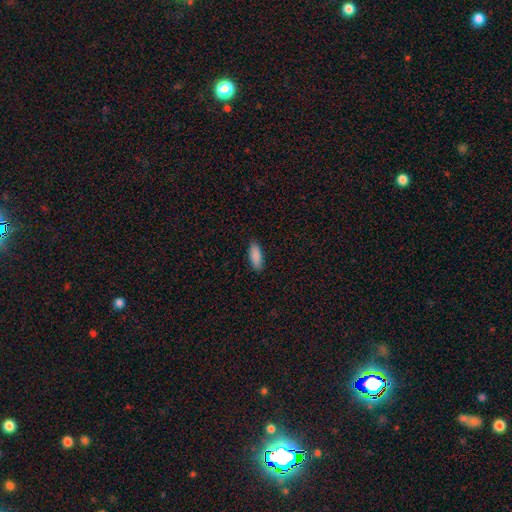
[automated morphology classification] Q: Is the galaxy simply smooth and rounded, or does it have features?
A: smooth — 90%.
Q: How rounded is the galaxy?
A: in between — 73%.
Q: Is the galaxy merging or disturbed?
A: none — 89%.